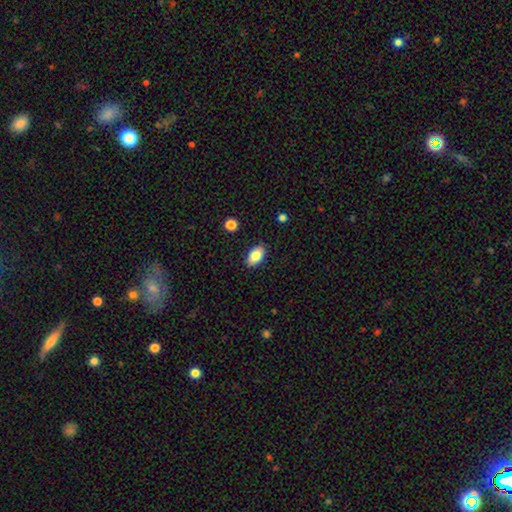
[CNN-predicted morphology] smooth_or_featured: smooth (p=0.82) [alt: featured or disk p=0.10]
how_rounded: in between (p=0.91) [alt: round p=0.06]
merging: none (p=0.88) [alt: minor disturbance p=0.09]